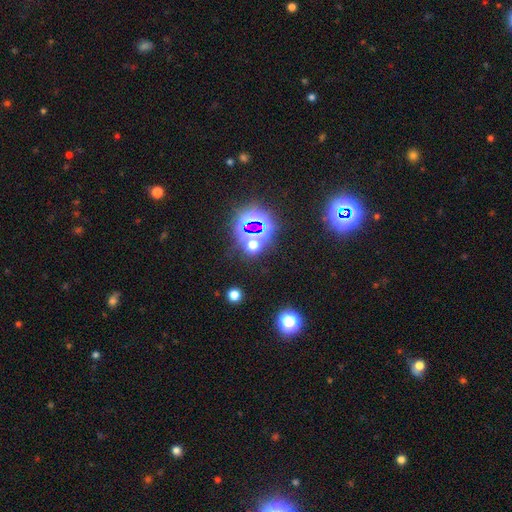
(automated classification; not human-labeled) smooth-or-featured: star or artifact: 79% | smooth: 14% | featured or disk: 8%